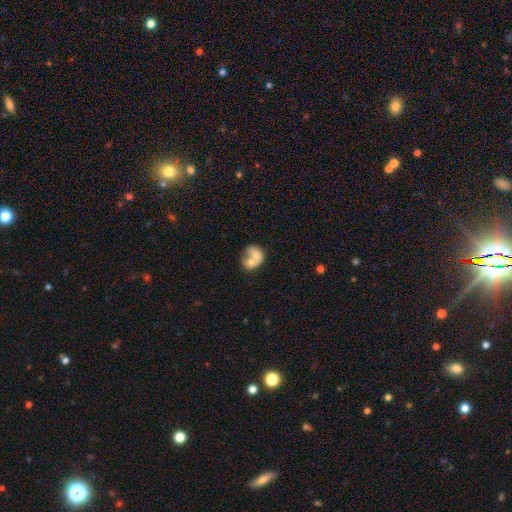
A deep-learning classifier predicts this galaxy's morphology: smooth 64%, featured or disk 29%, star or artifact 7%. Down the decision tree: how rounded — in between (53%); merging — merger (72%).